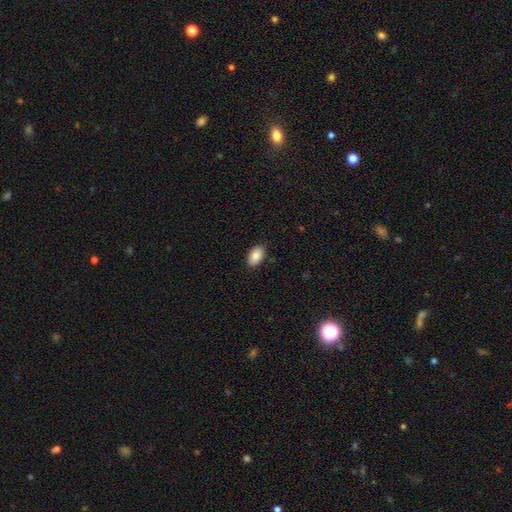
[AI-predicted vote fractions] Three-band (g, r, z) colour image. It shows a smooth galaxy with no disk features (87%) that is in between round and cigar-shaped (94%). Merging: none (88%).